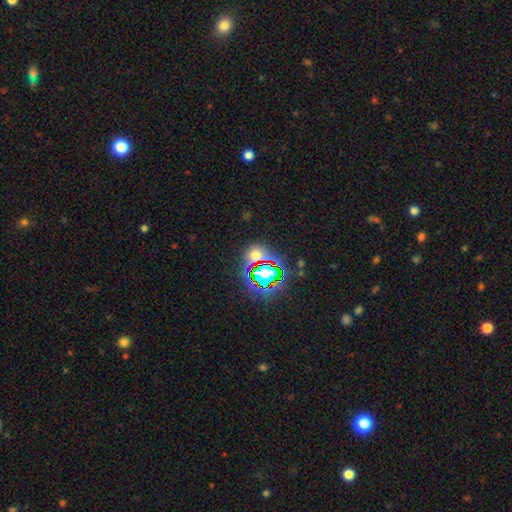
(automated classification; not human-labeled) Smooth or featured?
  - star or artifact: 52% *
  - smooth: 39%
  - featured or disk: 10%